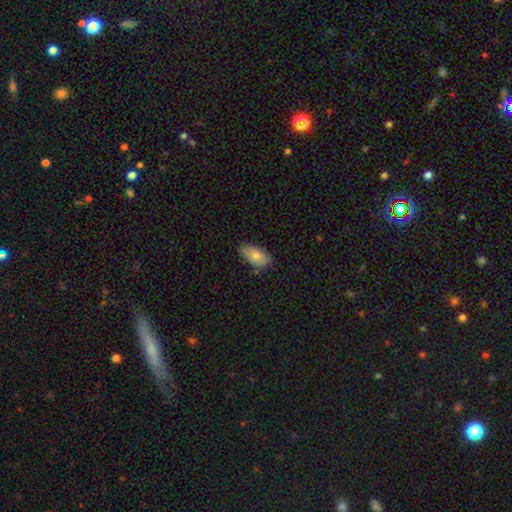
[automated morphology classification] Smooth or featured? Predicted: smooth (p=0.78). How rounded? Predicted: in between (p=0.93). Merging? Predicted: none (p=0.76).